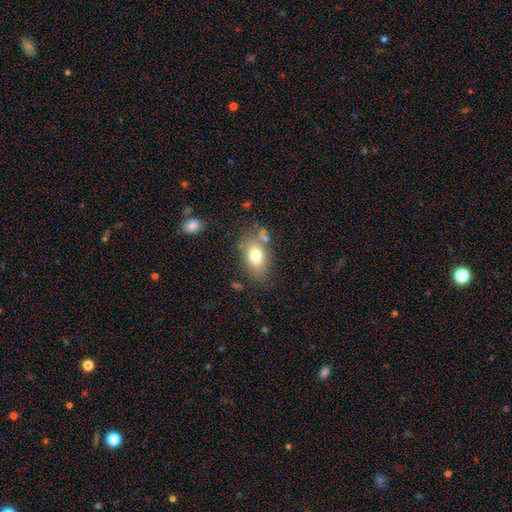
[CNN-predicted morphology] The model was most divided on "merging": none: 71%, minor disturbance: 16%, merger: 8%, major disturbance: 5%. More confident: how rounded — in between (85%); smooth or featured — smooth (75%).